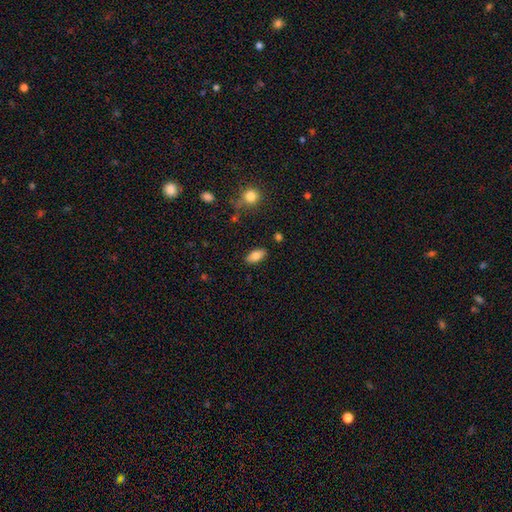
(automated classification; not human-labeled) Smooth or featured? smooth (79%)
How rounded? in between (89%)
Merging? none (86%)